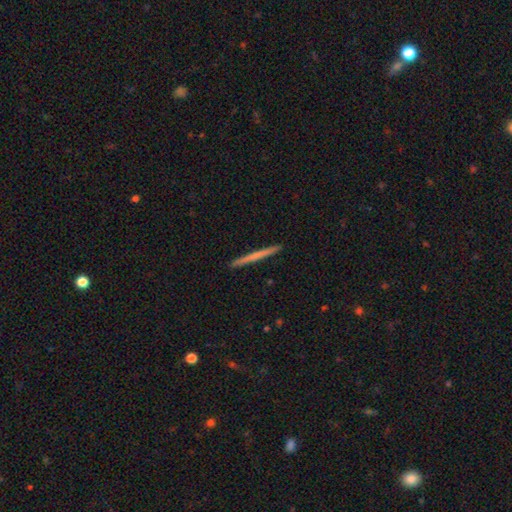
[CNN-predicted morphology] Overall: smooth (55%; featured or disk 39%). How rounded: cigar-shaped (97%). Merging: none (93%).